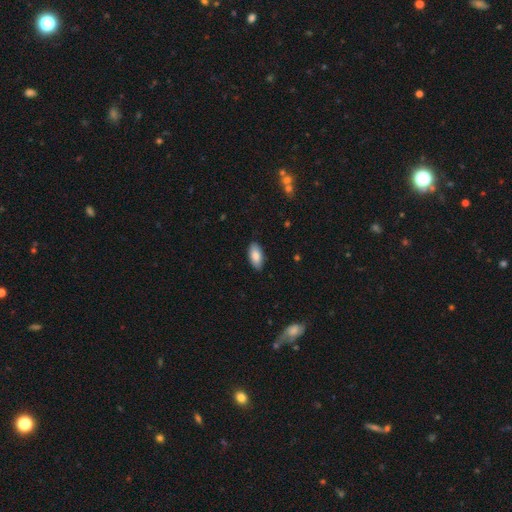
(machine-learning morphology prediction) A smooth galaxy with no disk features (86%) that is in between round and cigar-shaped (92%).

Vote fractions:
- Smooth or featured? smooth: 86% / featured or disk: 8% / star or artifact: 6%
- How rounded? in between: 92% / cigar-shaped: 6% / round: 2%
- Merging? none: 88% / minor disturbance: 9% / major disturbance: 2% / merger: 1%